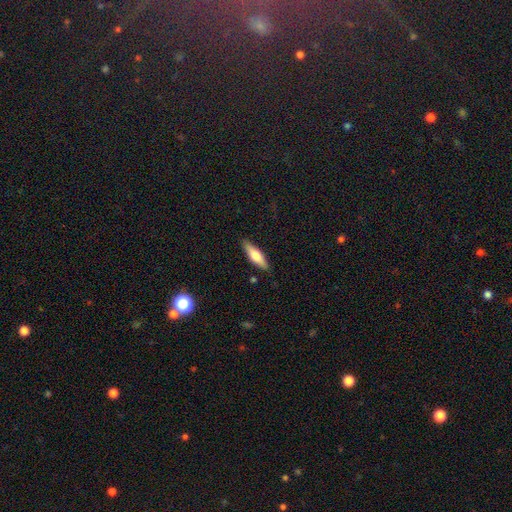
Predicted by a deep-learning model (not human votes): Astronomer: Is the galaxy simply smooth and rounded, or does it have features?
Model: smooth — 62%.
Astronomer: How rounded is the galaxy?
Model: cigar-shaped — 57% (runner-up: in between, 41%).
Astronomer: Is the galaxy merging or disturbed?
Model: none — 87%.